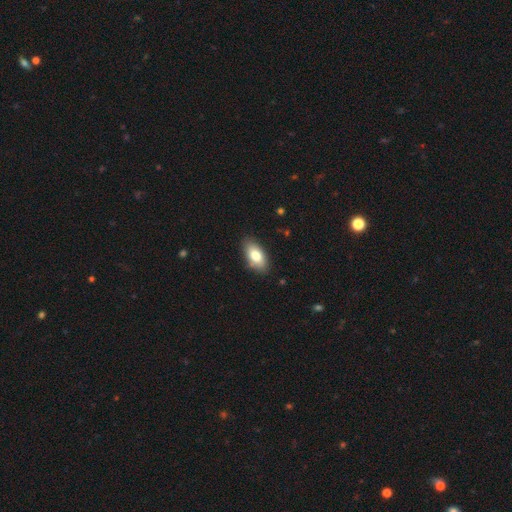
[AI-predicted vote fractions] Smooth or featured? Predicted: smooth (p=0.79). How rounded? Predicted: in between (p=0.91). Merging? Predicted: none (p=0.85).